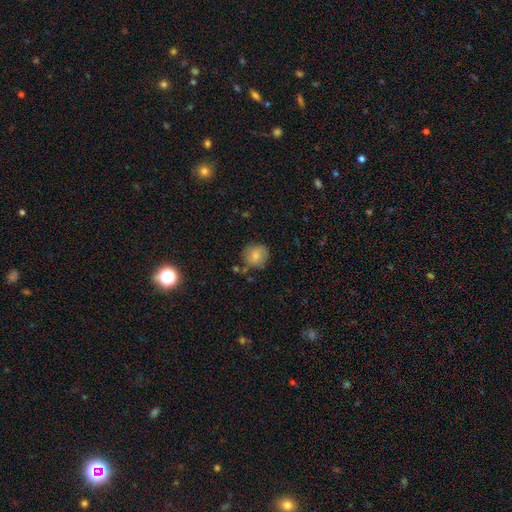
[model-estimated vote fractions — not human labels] Overall: smooth (82%). How rounded: round (88%). Merging: none (77%).